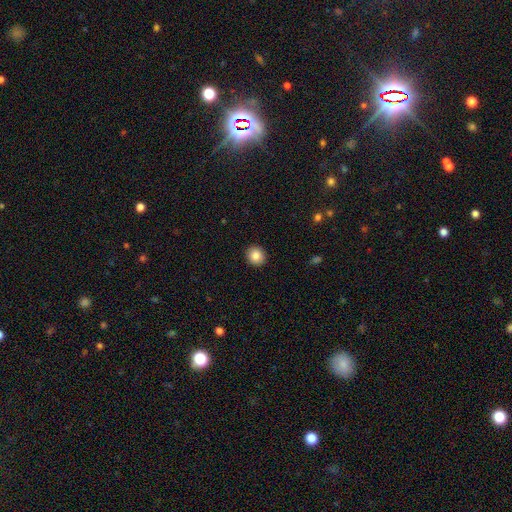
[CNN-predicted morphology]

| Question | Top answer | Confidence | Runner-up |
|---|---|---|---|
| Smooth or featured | smooth | 85% | star or artifact (9%) |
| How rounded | round | 84% | in between (15%) |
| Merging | none | 92% | minor disturbance (5%) |